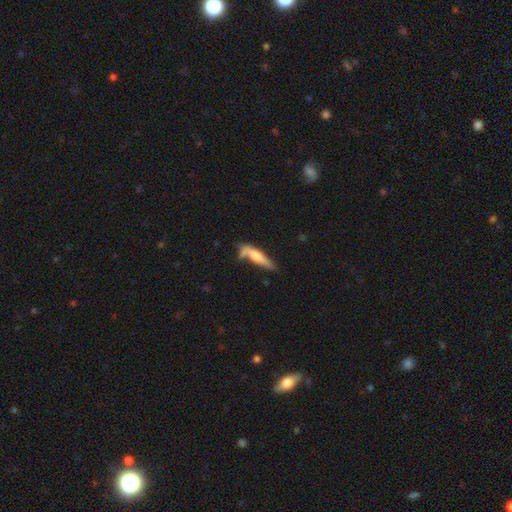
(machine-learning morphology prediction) Q: Smooth or featured?
A: smooth (54%); runner-up: featured or disk (40%)
Q: How rounded?
A: cigar-shaped (82%); runner-up: in between (16%)
Q: Merging?
A: none (49%); runner-up: minor disturbance (23%)